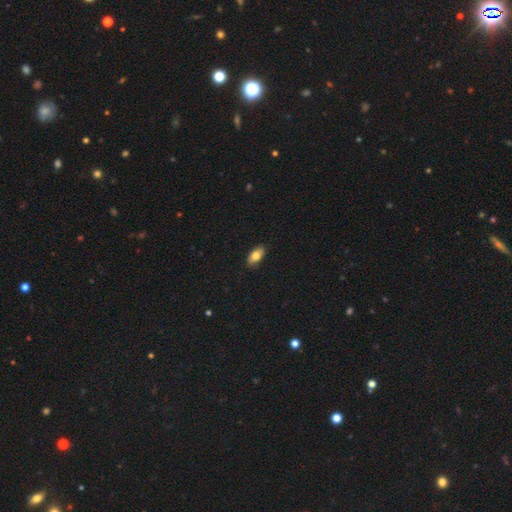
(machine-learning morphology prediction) Overall: smooth (79%). How rounded: in between (89%). Merging: none (89%).